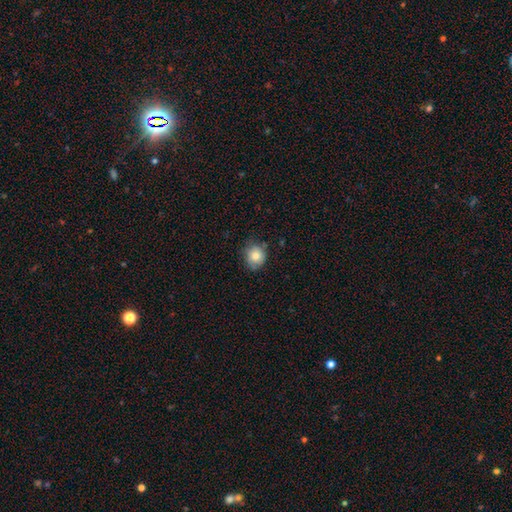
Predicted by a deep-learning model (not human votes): Smooth or featured? Predicted: smooth (p=0.81). How rounded? Predicted: round (p=0.81). Merging? Predicted: none (p=0.75).